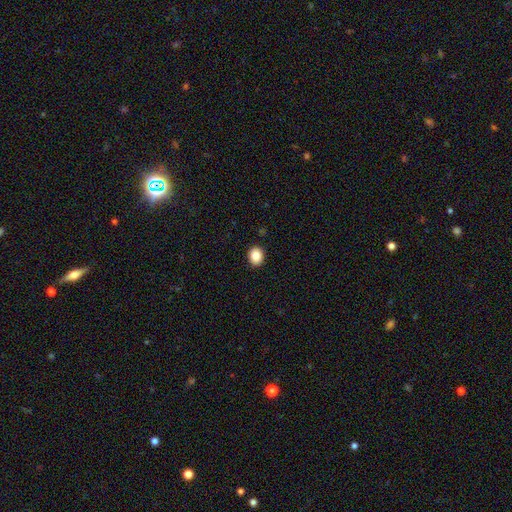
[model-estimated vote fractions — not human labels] Smooth or featured? smooth (85%)
How rounded? round (58%)
Merging? none (91%)